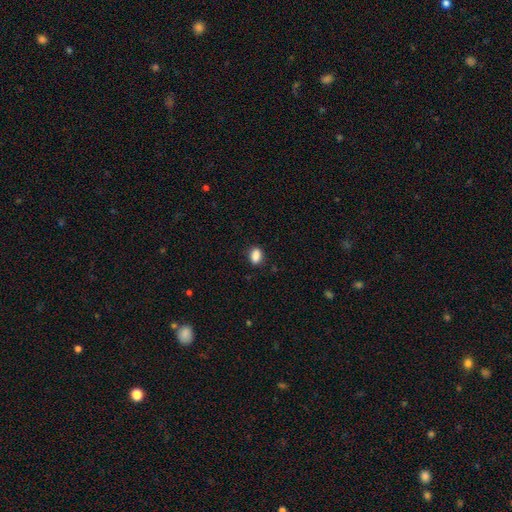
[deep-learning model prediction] Morphology: type=smooth (87%); roundness=in between (78%); merging=none (85%).